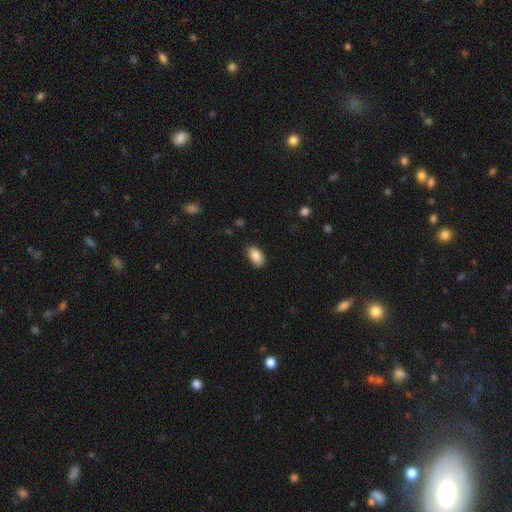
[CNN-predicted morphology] smooth-or-featured: smooth: 88% | star or artifact: 7% | featured or disk: 5%
  how-rounded: in between: 93% | round: 5% | cigar-shaped: 2%
  merging: none: 86% | minor disturbance: 11% | major disturbance: 2% | merger: 1%